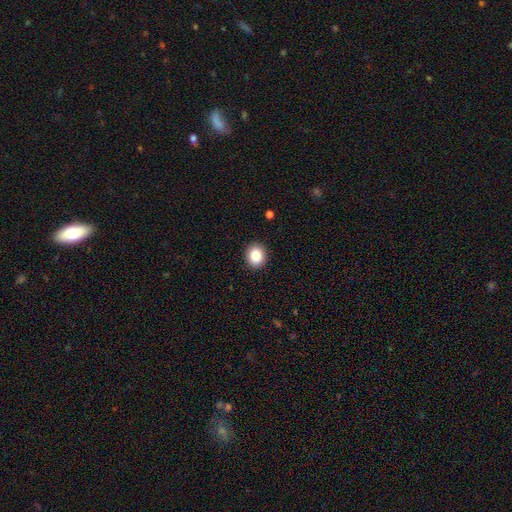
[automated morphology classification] A smooth galaxy with no disk features (84%) that is round (76%). Merging: none (92%).